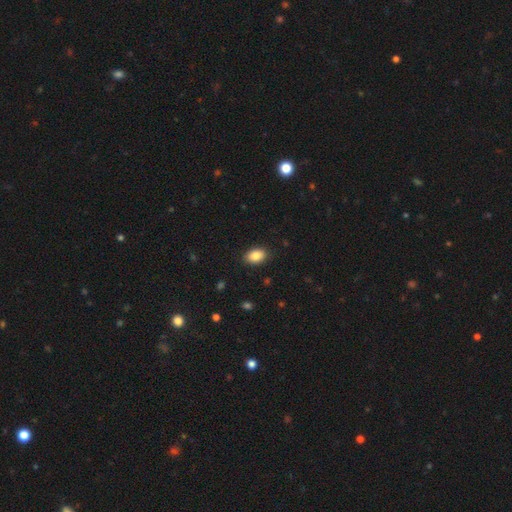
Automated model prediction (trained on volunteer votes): Morphology: type=smooth (87%); roundness=in between (87%); merging=none (88%).